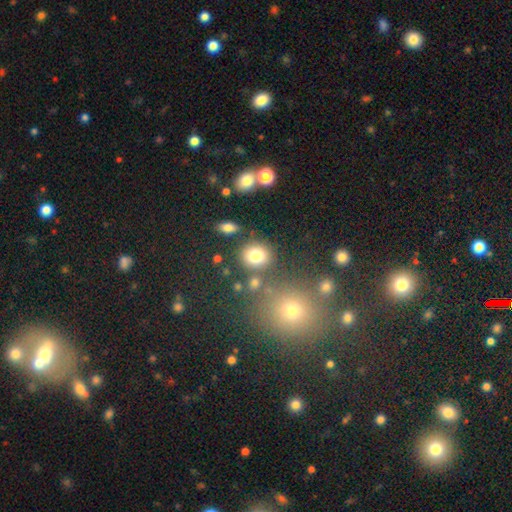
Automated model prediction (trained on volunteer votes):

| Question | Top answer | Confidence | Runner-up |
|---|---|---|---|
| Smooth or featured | smooth | 79% | star or artifact (13%) |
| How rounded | round | 65% | in between (34%) |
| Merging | none | 73% | minor disturbance (12%) |